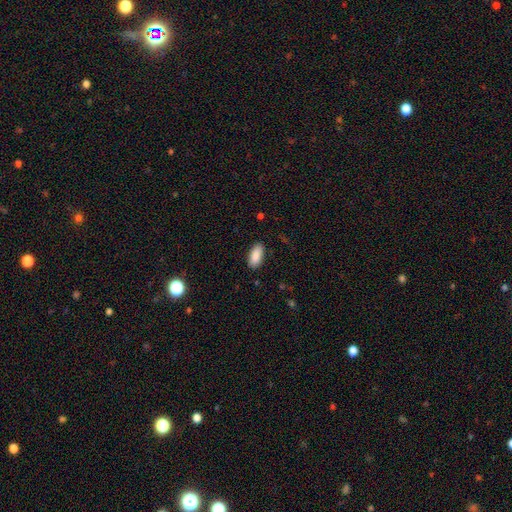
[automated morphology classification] A smooth galaxy with no disk features (89%) that is in between round and cigar-shaped (92%).

Vote fractions:
- Smooth or featured? smooth: 89% / star or artifact: 6% / featured or disk: 4%
- How rounded? in between: 92% / cigar-shaped: 6% / round: 2%
- Merging? none: 87% / minor disturbance: 10% / major disturbance: 2% / merger: 1%